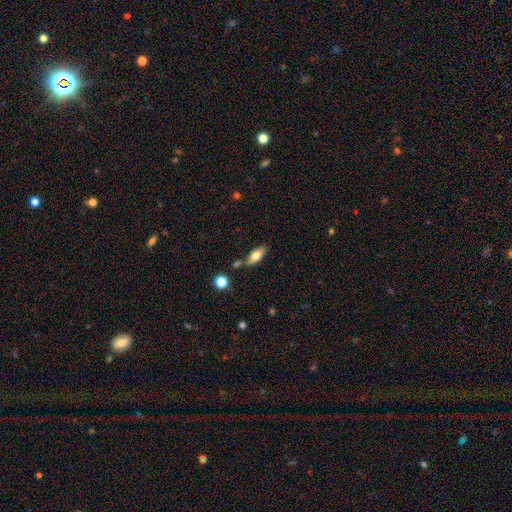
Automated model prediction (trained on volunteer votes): Overall: smooth (68%). How rounded: in between (72%). Merging: none (72%).